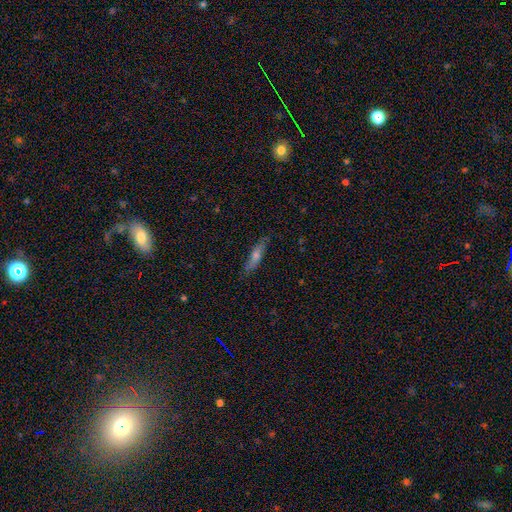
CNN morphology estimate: smooth-or-featured: smooth: 48% | featured or disk: 43% | star or artifact: 8%
  merging: none: 82% | minor disturbance: 14% | major disturbance: 3% | merger: 1%